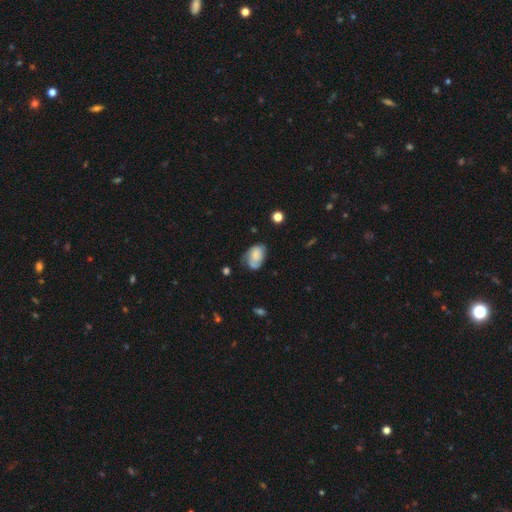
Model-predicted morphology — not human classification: This appears to be a smooth galaxy with no disk features (55%) that is in between round and cigar-shaped (84%). Merging: none (45%).